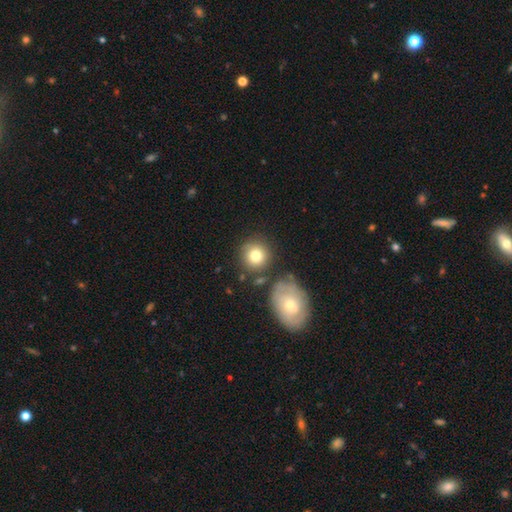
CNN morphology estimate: This appears to be a smooth galaxy with no disk features (77%) that is round (90%). Merging: none (71%).